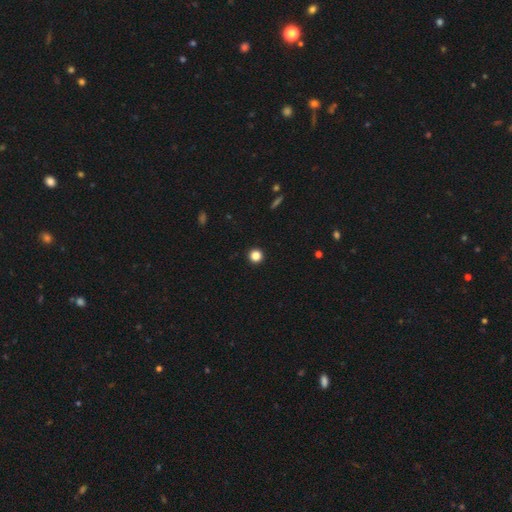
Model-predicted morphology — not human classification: Smooth or featured? smooth (85%)
How rounded? round (96%)
Merging? none (94%)